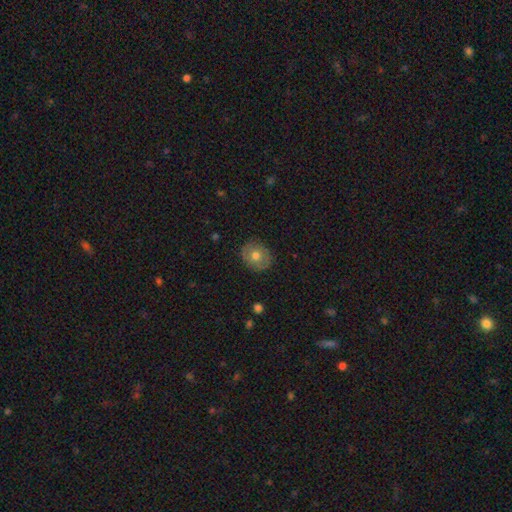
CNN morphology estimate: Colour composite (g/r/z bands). It shows a smooth galaxy with no disk features (67%) that is round (71%). Merging: none (85%).